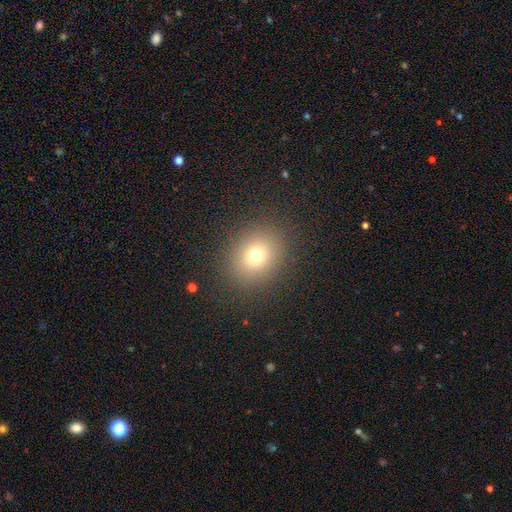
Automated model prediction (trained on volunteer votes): Overall: smooth (73%). How rounded: round (67%; in between 32%). Merging: none (88%).